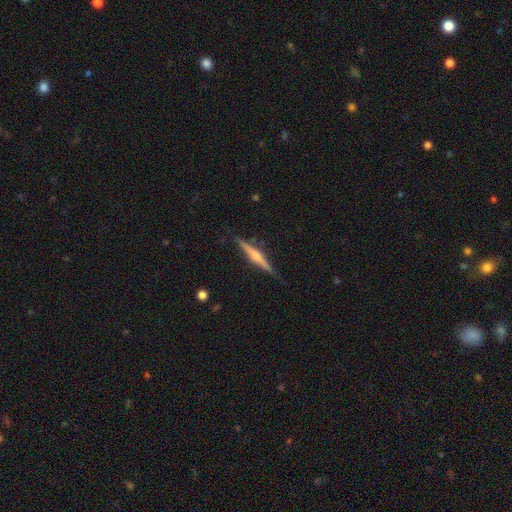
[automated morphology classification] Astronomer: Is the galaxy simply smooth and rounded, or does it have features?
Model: featured or disk — 68%.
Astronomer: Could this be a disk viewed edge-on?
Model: yes — 98%.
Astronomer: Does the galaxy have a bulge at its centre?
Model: rounded — 72%.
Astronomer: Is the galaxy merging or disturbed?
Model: none — 87%.